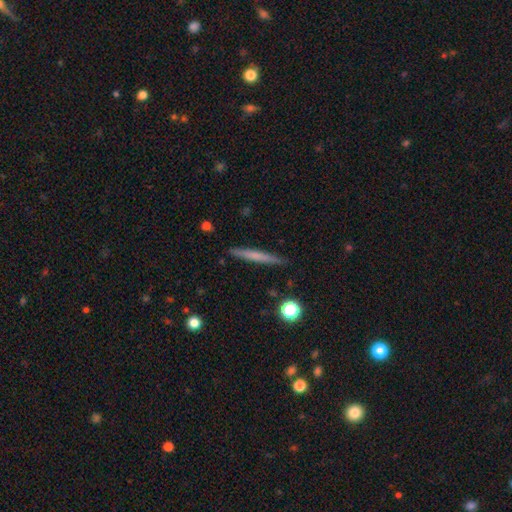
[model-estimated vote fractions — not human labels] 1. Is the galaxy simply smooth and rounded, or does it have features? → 57% smooth, 37% featured or disk, 6% star or artifact.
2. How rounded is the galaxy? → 96% cigar-shaped, 3% in between, 2% round.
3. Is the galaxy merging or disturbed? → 89% none, 8% minor disturbance, 2% major disturbance, 1% merger.